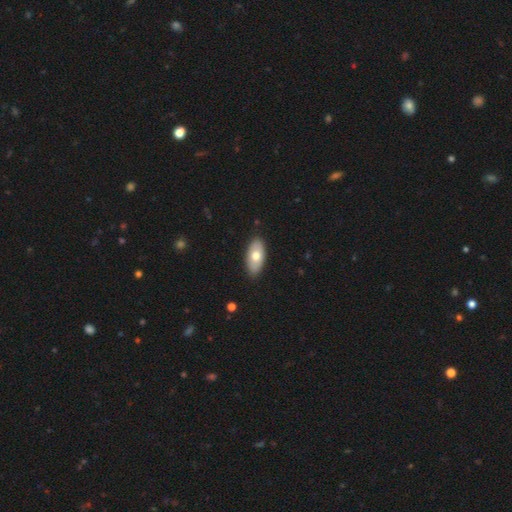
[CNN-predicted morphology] smooth 67%, featured or disk 27%, star or artifact 5%. Down the decision tree: how rounded — in between (92%); merging — none (88%).